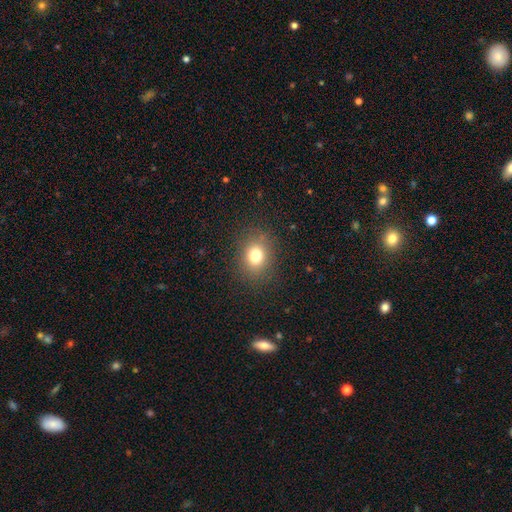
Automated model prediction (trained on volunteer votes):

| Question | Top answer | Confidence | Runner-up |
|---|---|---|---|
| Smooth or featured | smooth | 77% | star or artifact (14%) |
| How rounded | round | 59% | in between (40%) |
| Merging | none | 86% | minor disturbance (9%) |